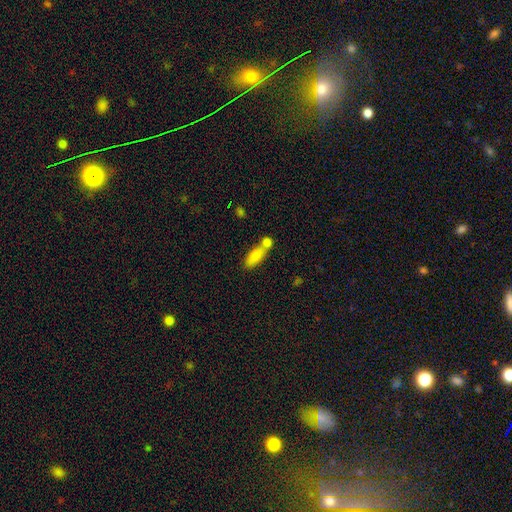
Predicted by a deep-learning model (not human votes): The model was most divided on "merging": merger: 44%, none: 41%, minor disturbance: 11%, major disturbance: 5%. More confident: smooth or featured — smooth (83%); how rounded — in between (73%).